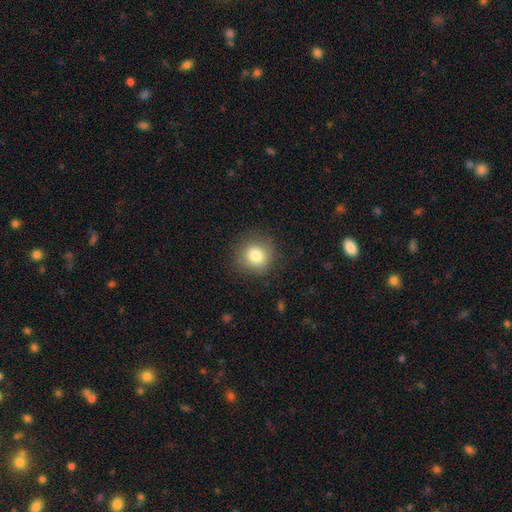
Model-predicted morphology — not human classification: The model was most divided on "smooth or featured": smooth: 82%, star or artifact: 10%, featured or disk: 8%. More confident: how rounded — round (89%); merging — none (85%).